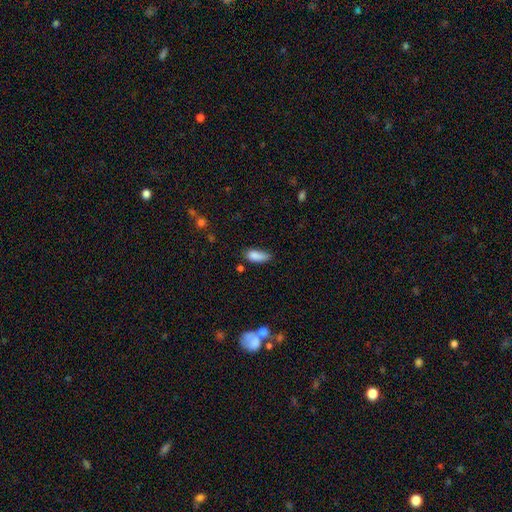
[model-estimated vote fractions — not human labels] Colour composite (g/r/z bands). It shows a smooth galaxy with no disk features (85%) that is in between round and cigar-shaped (80%). Merging: none (50%).